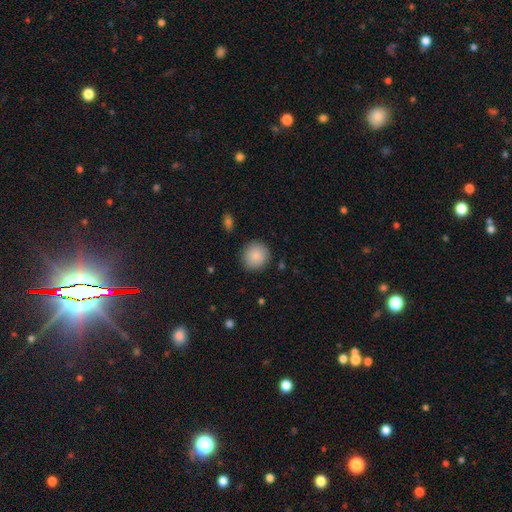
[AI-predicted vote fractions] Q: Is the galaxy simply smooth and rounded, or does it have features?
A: smooth — 87%.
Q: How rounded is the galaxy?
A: round — 93%.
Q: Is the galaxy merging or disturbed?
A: none — 89%.